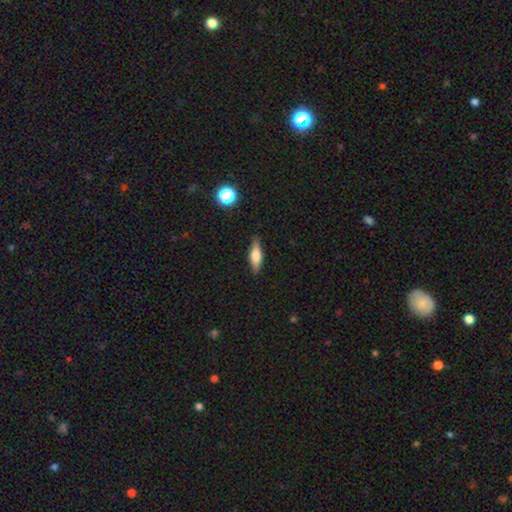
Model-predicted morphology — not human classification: smooth_or_featured: smooth (p=0.59) [alt: featured or disk p=0.34]
how_rounded: cigar-shaped (p=0.52) [alt: in between p=0.45]
merging: none (p=0.85) [alt: minor disturbance p=0.11]